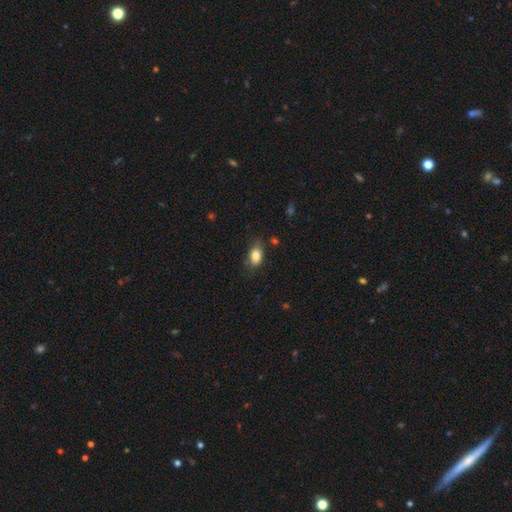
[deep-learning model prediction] smooth 83%, featured or disk 9%, star or artifact 8%. Down the decision tree: how rounded — in between (86%); merging — none (71%).